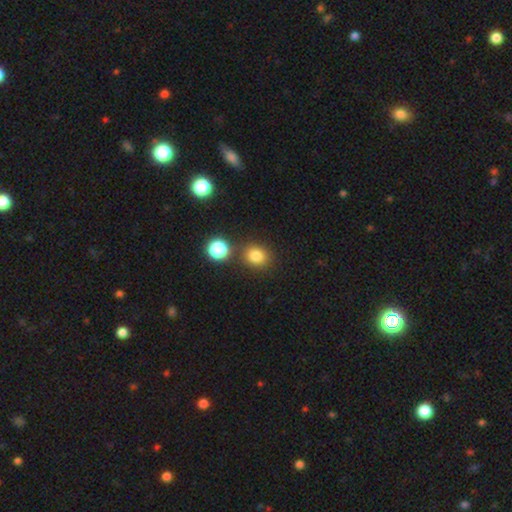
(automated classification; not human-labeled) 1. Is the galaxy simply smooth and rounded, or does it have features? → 80% smooth, 14% star or artifact, 5% featured or disk.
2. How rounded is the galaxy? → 76% round, 23% in between, 1% cigar-shaped.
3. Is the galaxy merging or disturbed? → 79% none, 9% minor disturbance, 9% merger, 3% major disturbance.